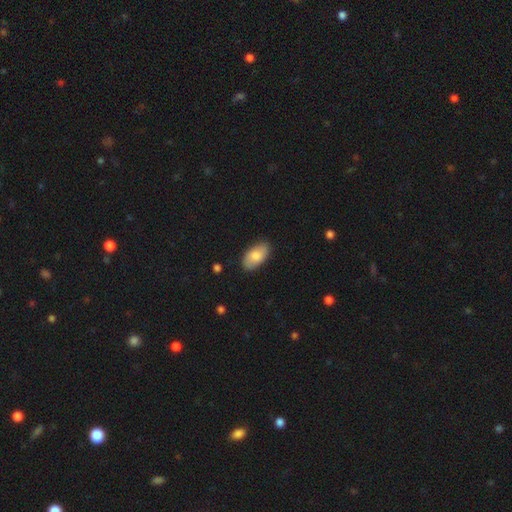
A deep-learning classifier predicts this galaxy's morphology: Overall: smooth (78%). How rounded: in between (95%). Merging: none (82%).